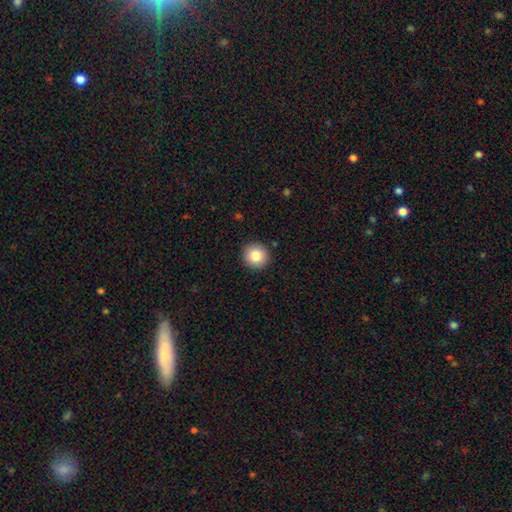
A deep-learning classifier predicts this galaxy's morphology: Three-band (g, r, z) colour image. It shows a smooth galaxy with no disk features (83%) that is round (93%). Merging: none (92%).